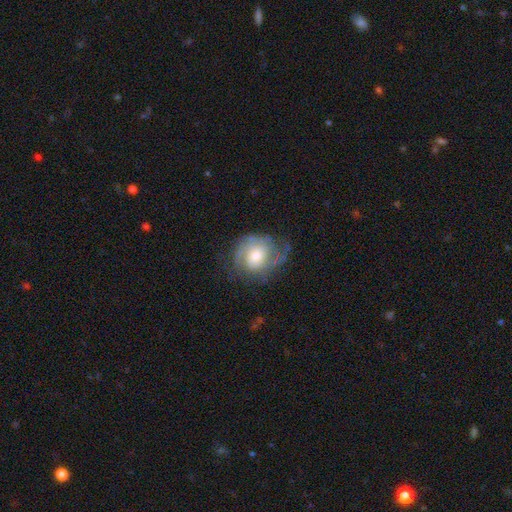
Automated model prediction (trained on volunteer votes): Smooth or featured: featured or disk — 64% (smooth — 29%)
Edge-on disk: no — 97% (yes — 3%)
Bar: no — 74% (weak — 22%)
Spiral arms: yes — 83% (no — 17%)
Spiral winding: tight — 46% (medium — 38%)
Spiral arm count: 2 — 43% (can't tell — 32%)
Bulge size: moderate — 58% (small — 25%)
Merging: none — 55% (minor disturbance — 25%)